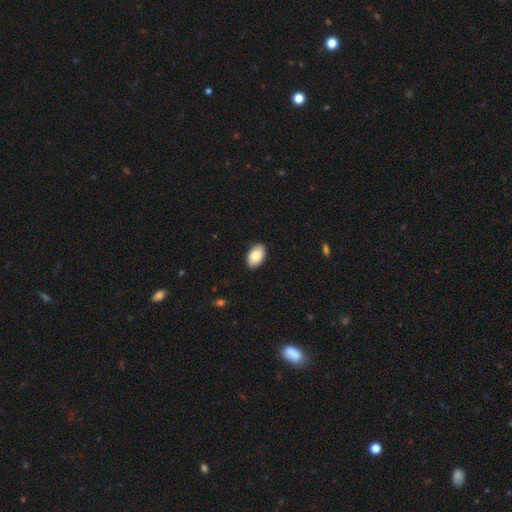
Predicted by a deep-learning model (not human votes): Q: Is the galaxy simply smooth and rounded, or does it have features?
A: smooth — 85%.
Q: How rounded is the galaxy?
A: in between — 93%.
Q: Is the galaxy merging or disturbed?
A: none — 89%.